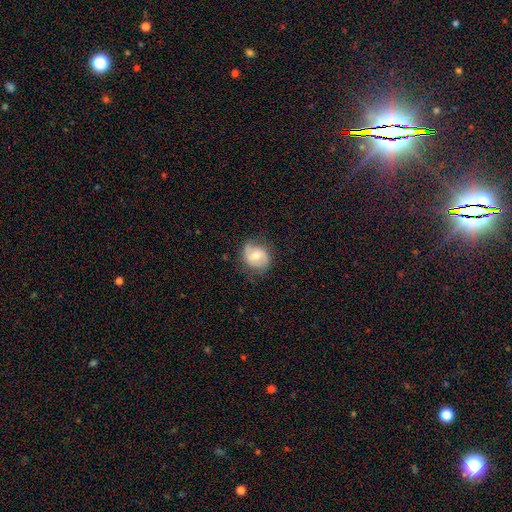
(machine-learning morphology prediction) featured or disk 56%, smooth 36%, star or artifact 7%. Down the decision tree: edge-on disk — no (97%); bar — weak (45%); spiral arms — yes (82%); bulge size — moderate (67%); merging — none (69%).